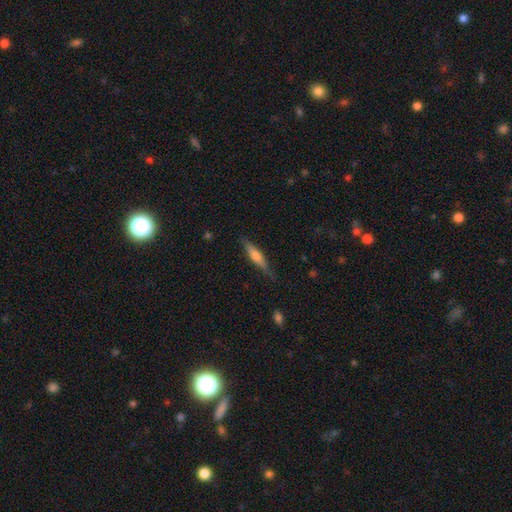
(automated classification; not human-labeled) Smooth or featured?
  - smooth: 47% * (tied)
  - featured or disk: 47% * (tied)
  - star or artifact: 6%
Merging?
  - none: 79% *
  - minor disturbance: 16%
  - major disturbance: 3%
  - merger: 2%